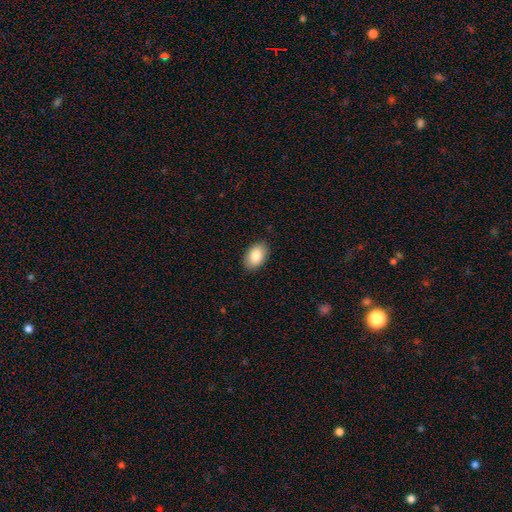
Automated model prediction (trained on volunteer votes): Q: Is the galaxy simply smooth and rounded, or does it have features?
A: smooth — 87%.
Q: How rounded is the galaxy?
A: in between — 91%.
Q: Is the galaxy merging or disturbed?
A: none — 88%.